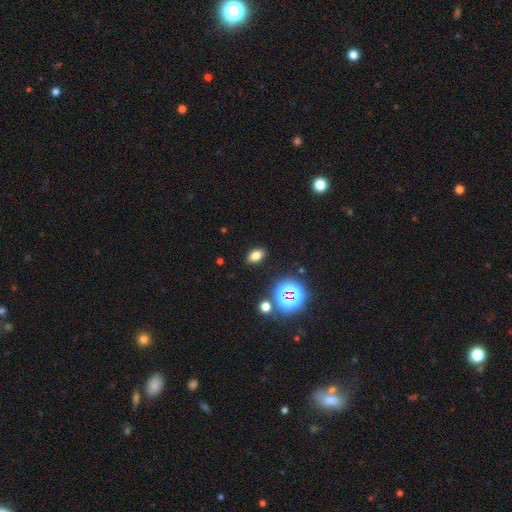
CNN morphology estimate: This is likely a smooth galaxy (74%). How rounded: clearly in between (85%). Merging: clearly none (89%).